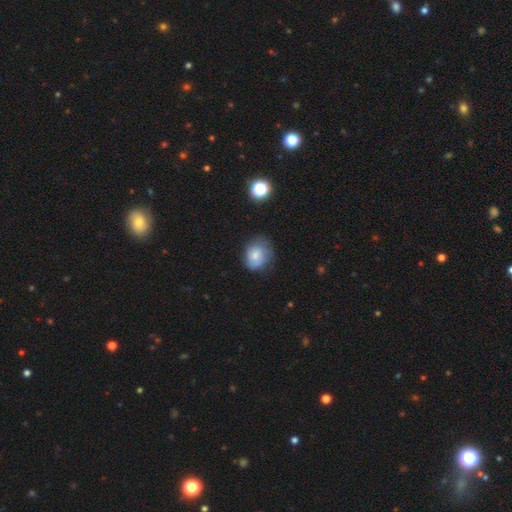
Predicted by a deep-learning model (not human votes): smooth-or-featured: smooth: 68% | featured or disk: 23% | star or artifact: 9%
  how-rounded: round: 55% | in between: 44% | cigar-shaped: 1%
  merging: none: 59% | minor disturbance: 29% | major disturbance: 10% | merger: 2%